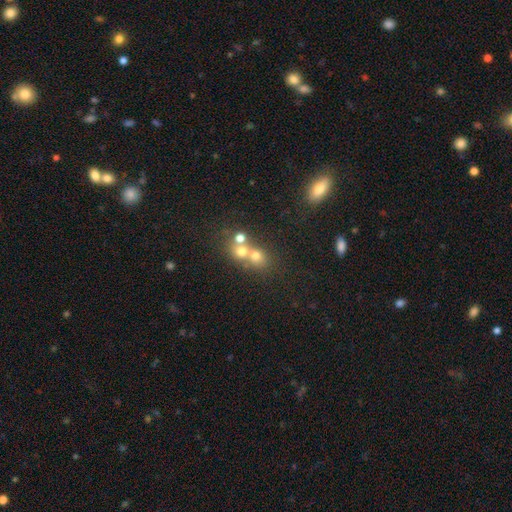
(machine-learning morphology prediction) Smooth or featured?
  - smooth: 61% *
  - featured or disk: 21%
  - star or artifact: 18%
How rounded?
  - round: 75% *
  - in between: 24%
  - cigar-shaped: 2%
Merging?
  - merger: 57% *
  - none: 32%
  - minor disturbance: 6%
  - major disturbance: 4%